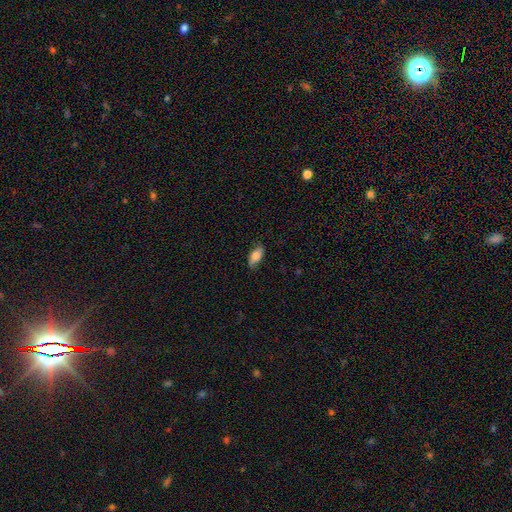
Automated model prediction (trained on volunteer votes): This appears to be a smooth galaxy with no disk features (76%) that is in between round and cigar-shaped (86%). Merging: none (77%).